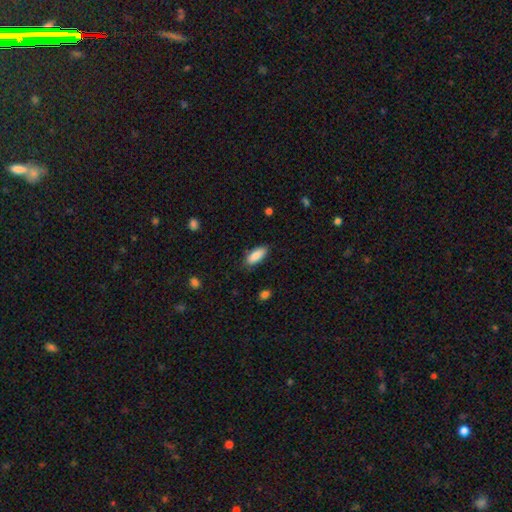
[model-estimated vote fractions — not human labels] smooth 88%, featured or disk 6%, star or artifact 6%. Down the decision tree: how rounded — in between (83%); merging — none (80%).